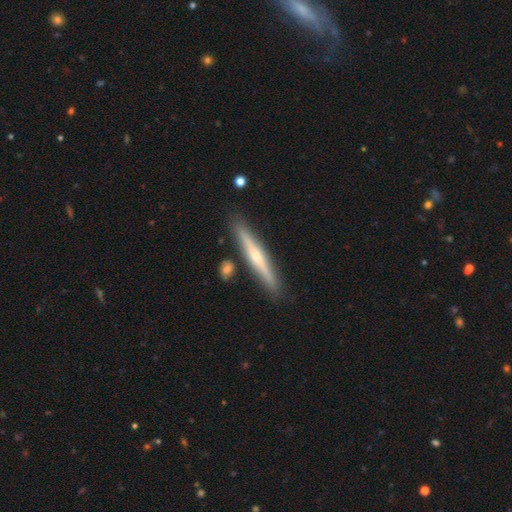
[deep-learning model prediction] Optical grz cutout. It shows a featured or disk galaxy (60%) viewed edge-on (97%) with a rounded central bulge (75%). Merging: none (85%).